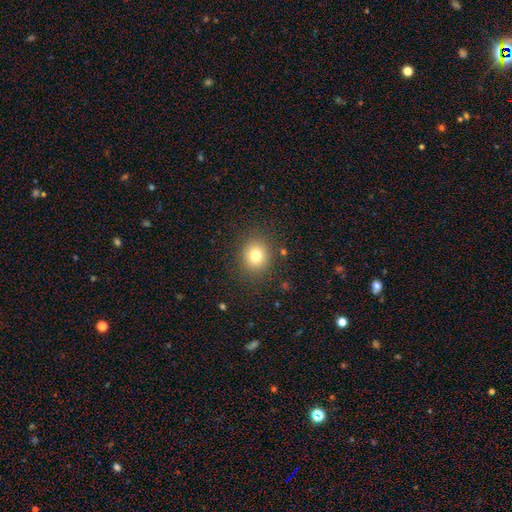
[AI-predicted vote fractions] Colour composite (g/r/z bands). It shows a smooth galaxy with no disk features (77%) that is round (81%). Merging: none (87%).